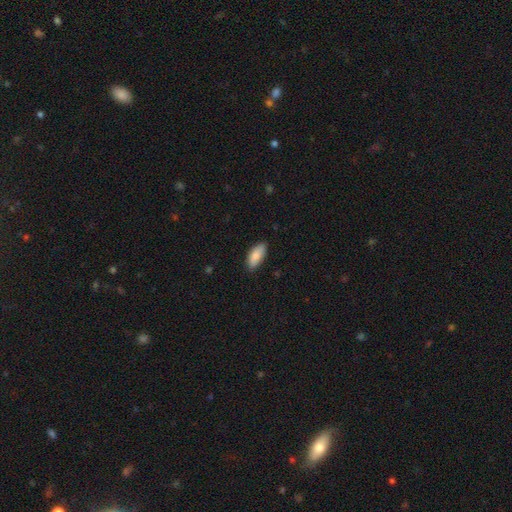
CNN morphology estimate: Smooth or featured? Predicted: smooth (p=0.86). How rounded? Predicted: in between (p=0.88). Merging? Predicted: none (p=0.83).